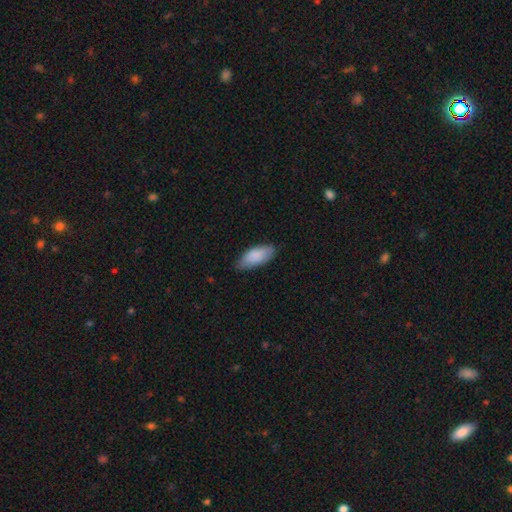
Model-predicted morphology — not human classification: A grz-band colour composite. It shows a smooth galaxy with no disk features (87%) that is in between round and cigar-shaped (87%). Merging: none (76%).